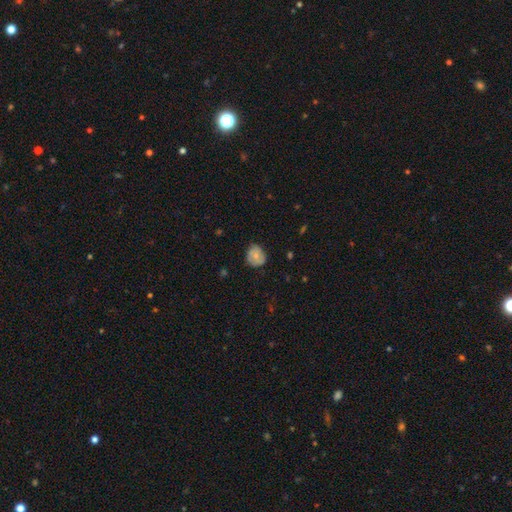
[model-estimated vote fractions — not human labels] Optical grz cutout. It shows a smooth galaxy with no disk features (66%) that is round (70%). Merging: none (65%).